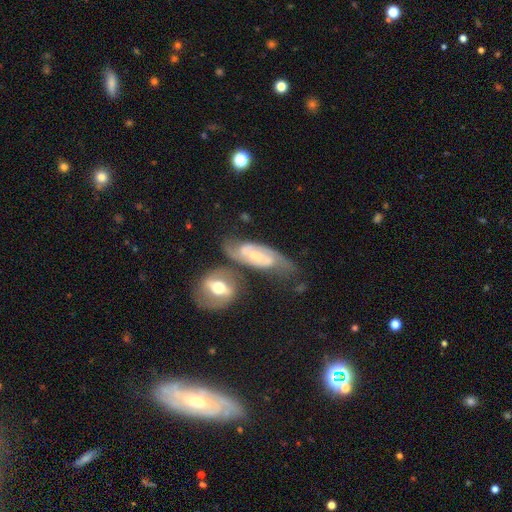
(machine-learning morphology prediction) Smooth or featured? featured or disk (80%)
Edge-on disk? no (91%)
Bar? weak (46%)
Spiral arms? yes (93%)
Spiral winding? medium (50%)
Spiral arm count? 2 (85%)
Bulge size? small (51%)
Merging? none (54%)